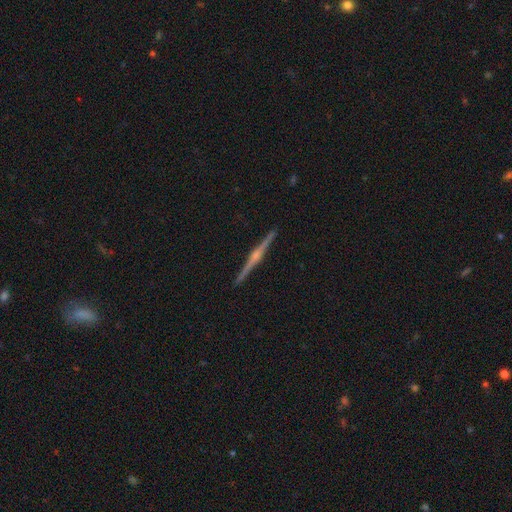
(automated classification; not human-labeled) Smooth or featured? Predicted: featured or disk (p=0.86). Edge-on disk? Predicted: yes (p=0.99). Edge-on bulge? Predicted: rounded (p=0.84). Merging? Predicted: none (p=0.93).